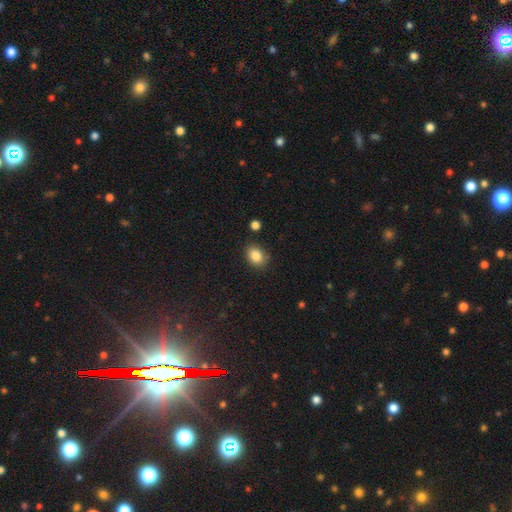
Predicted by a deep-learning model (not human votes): Smooth or featured: smooth — 86% (star or artifact — 9%)
How rounded: in between — 58% (round — 41%)
Merging: none — 82% (minor disturbance — 12%)